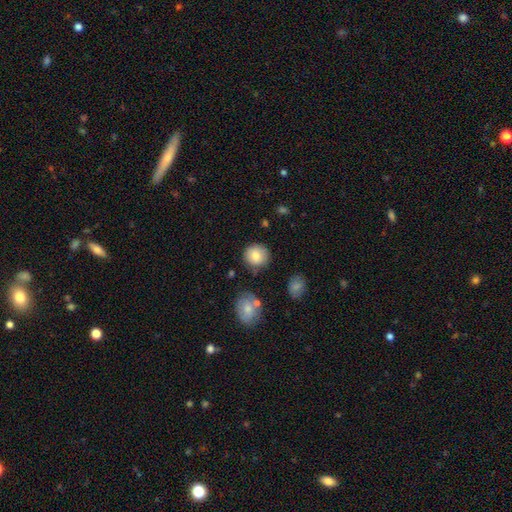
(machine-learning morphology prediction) A smooth galaxy with no disk features (82%) that is round (88%).

Vote fractions:
- Smooth or featured? smooth: 82% / featured or disk: 9% / star or artifact: 9%
- How rounded? round: 88% / in between: 11% / cigar-shaped: 1%
- Merging? none: 79% / minor disturbance: 13% / merger: 4% / major disturbance: 4%